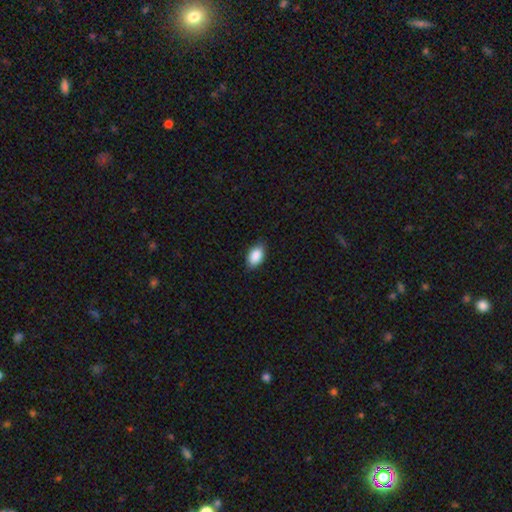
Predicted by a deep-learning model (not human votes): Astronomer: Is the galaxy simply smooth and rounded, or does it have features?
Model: smooth — 89%.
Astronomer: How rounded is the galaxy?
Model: in between — 92%.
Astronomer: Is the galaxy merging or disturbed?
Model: none — 82%.